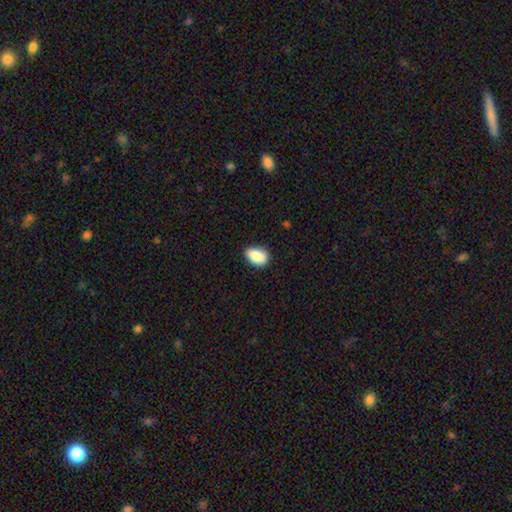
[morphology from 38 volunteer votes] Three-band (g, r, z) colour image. It shows a smooth galaxy with no disk features (89%) that is in between round and cigar-shaped (85%). Merging: none (67%).